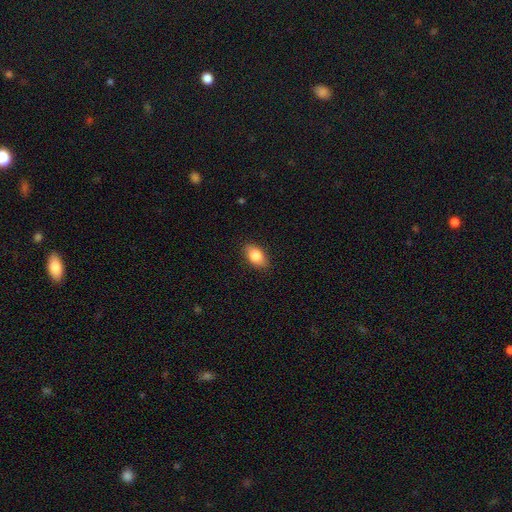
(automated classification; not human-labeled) A smooth galaxy with no disk features (84%) that is in between round and cigar-shaped (89%).

Vote fractions:
- Smooth or featured? smooth: 84% / featured or disk: 9% / star or artifact: 7%
- How rounded? in between: 89% / round: 8% / cigar-shaped: 3%
- Merging? none: 87% / minor disturbance: 10% / major disturbance: 2% / merger: 1%